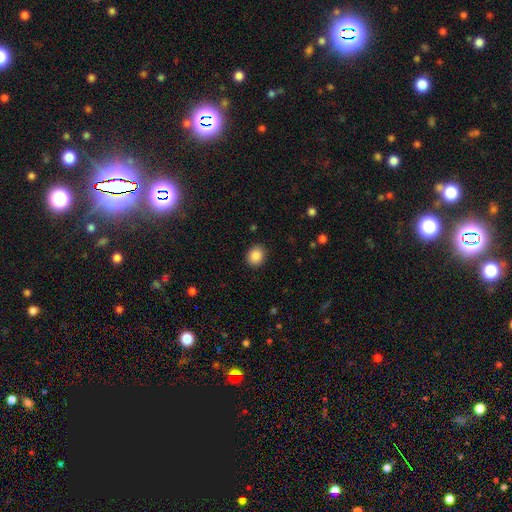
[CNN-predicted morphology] Q: Smooth or featured?
A: smooth (88%); runner-up: star or artifact (9%)
Q: How rounded?
A: round (69%); runner-up: in between (30%)
Q: Merging?
A: none (90%); runner-up: minor disturbance (7%)